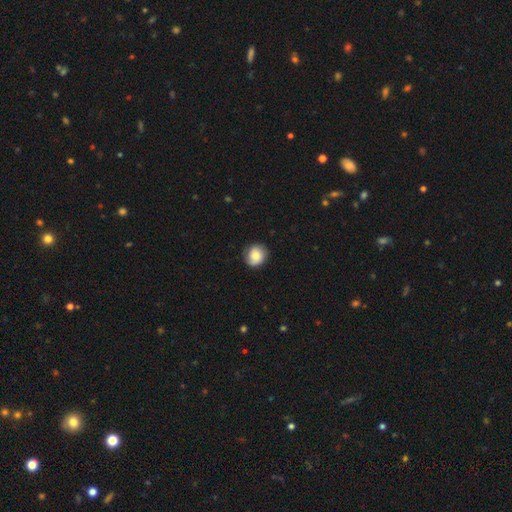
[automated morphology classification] Smooth or featured? Predicted: smooth (p=0.72). How rounded? Predicted: round (p=0.81). Merging? Predicted: none (p=0.82).